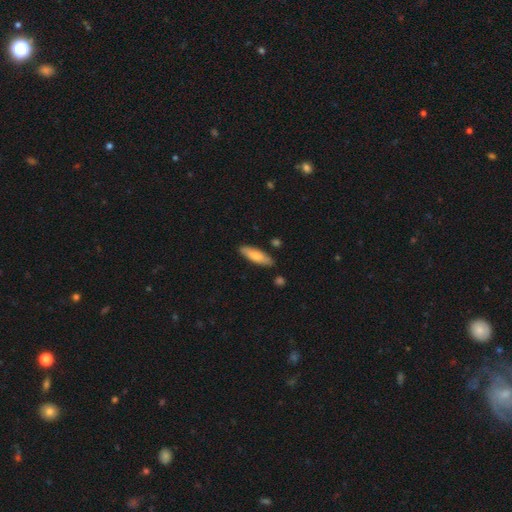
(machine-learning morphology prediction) This appears to be a smooth galaxy with no disk features (75%) that is cigar-shaped (53%). Merging: none (83%).